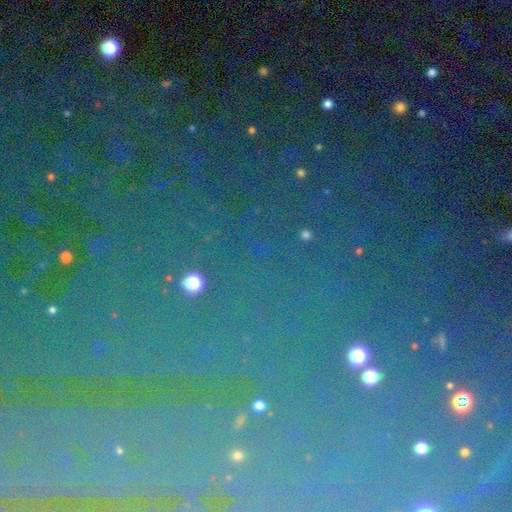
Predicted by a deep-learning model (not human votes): The model was most divided on "smooth or featured": star or artifact: 78%, smooth: 12%, featured or disk: 10%.